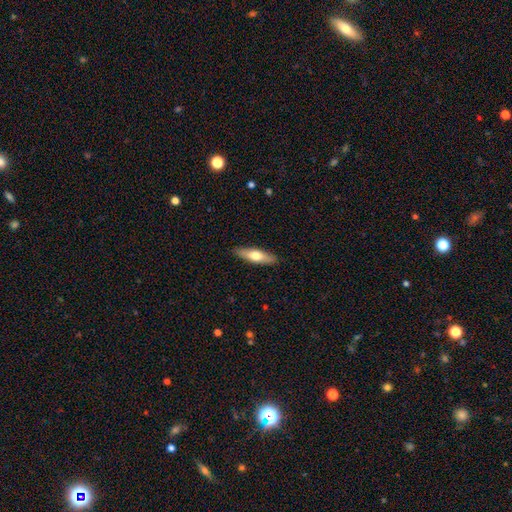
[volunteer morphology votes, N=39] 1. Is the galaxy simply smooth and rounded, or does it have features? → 49% smooth, 41% featured or disk, 10% star or artifact.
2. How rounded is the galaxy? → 63% cigar-shaped, 37% in between, 0% round.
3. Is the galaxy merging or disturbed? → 89% none, 9% minor disturbance, 3% major disturbance, 0% merger.